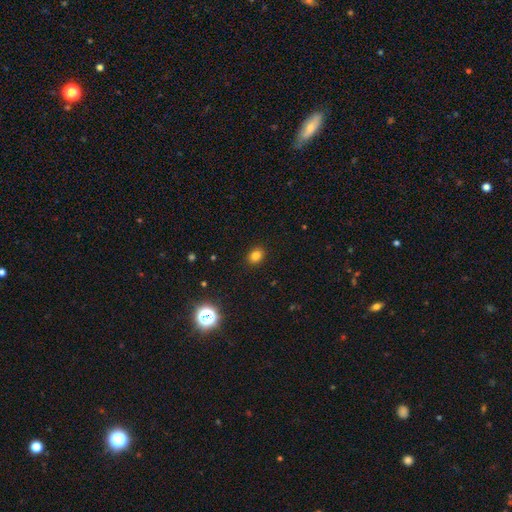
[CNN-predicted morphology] Smooth or featured?
  - smooth: 81% *
  - star or artifact: 13%
  - featured or disk: 6%
How rounded?
  - in between: 58% *
  - round: 41%
  - cigar-shaped: 1%
Merging?
  - none: 90% *
  - minor disturbance: 7%
  - major disturbance: 2%
  - merger: 1%